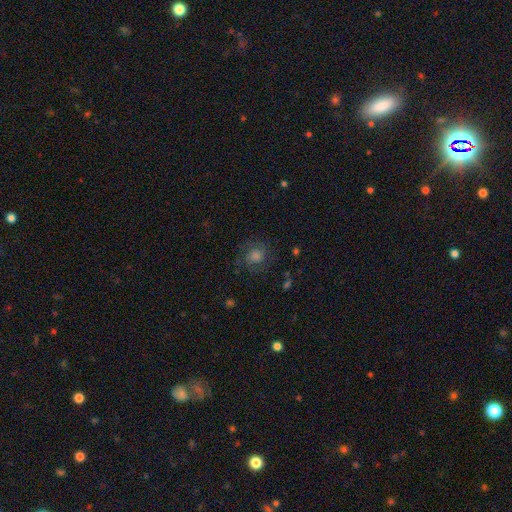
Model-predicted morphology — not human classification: featured or disk 48%, smooth 34%, star or artifact 19%. Down the decision tree: merging — none (76%).